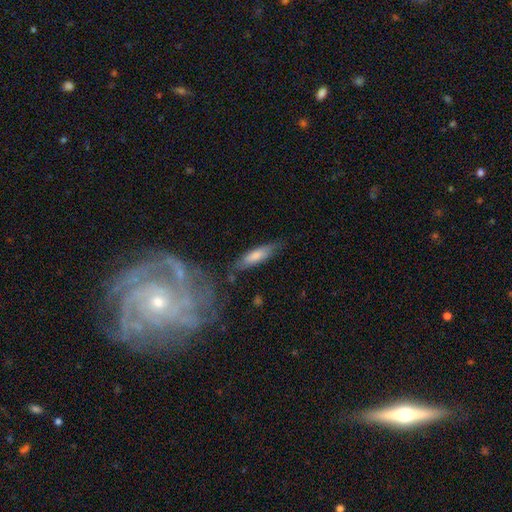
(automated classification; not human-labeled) Overall: smooth (72%). How rounded: cigar-shaped (62%; in between 36%). Merging: none (71%).